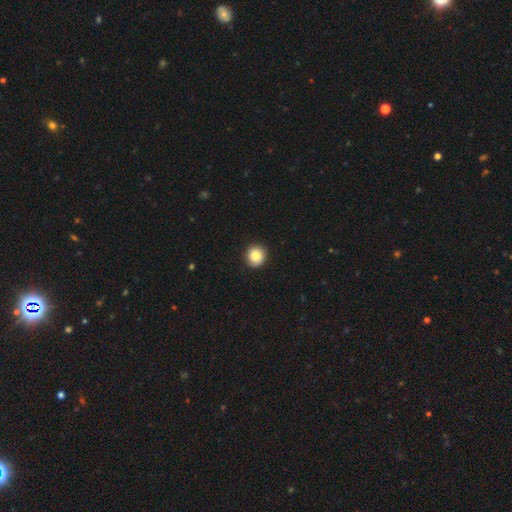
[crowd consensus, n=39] This appears to be a smooth galaxy with no disk features (87%) that is round (97%). Merging: none (97%).